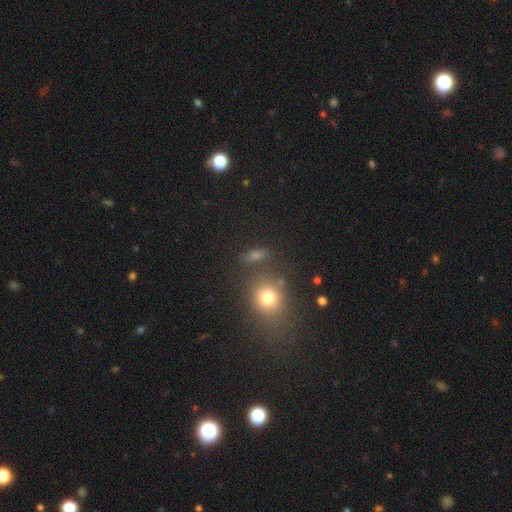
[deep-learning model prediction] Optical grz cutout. It shows a smooth galaxy with no disk features (56%) that is in between round and cigar-shaped (53%). Merging: none (70%).